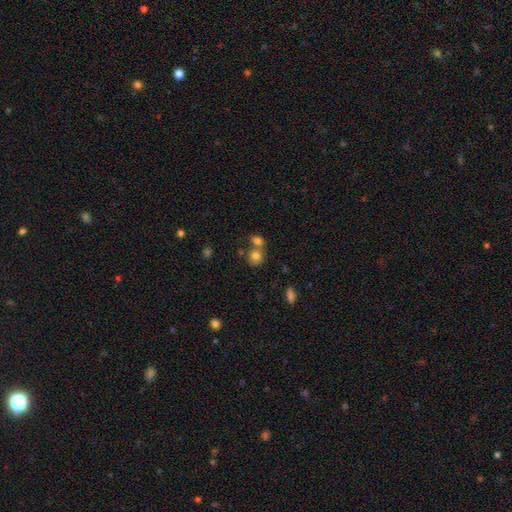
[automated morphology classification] The model was most divided on "merging": none: 47%, merger: 42%, minor disturbance: 8%, major disturbance: 3%. More confident: smooth or featured — smooth (79%); how rounded — round (73%).